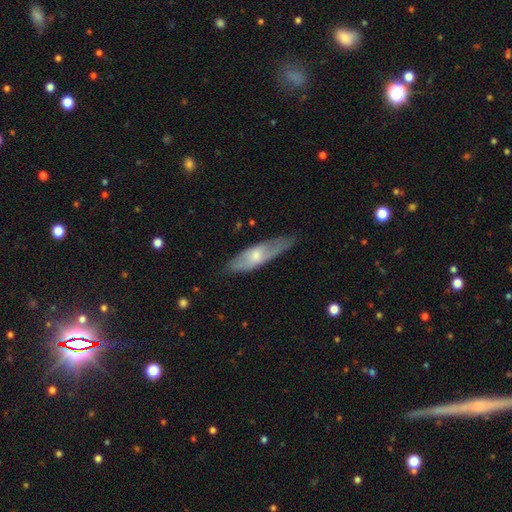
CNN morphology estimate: smooth_or_featured: featured or disk (p=0.47) [alt: smooth p=0.46]
merging: none (p=0.65) [alt: minor disturbance p=0.26]